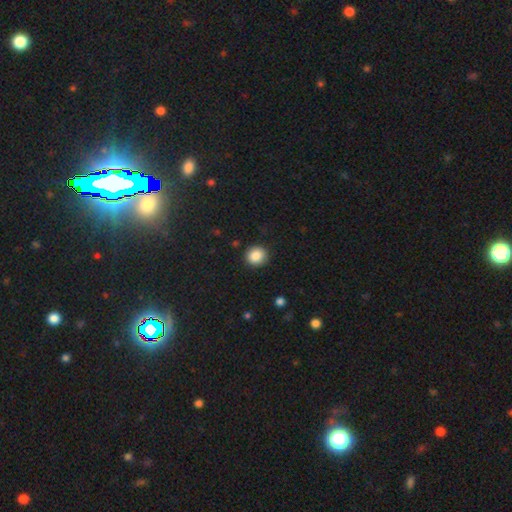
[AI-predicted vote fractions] smooth 87%, star or artifact 9%, featured or disk 4%. Down the decision tree: how rounded — round (88%); merging — none (89%).